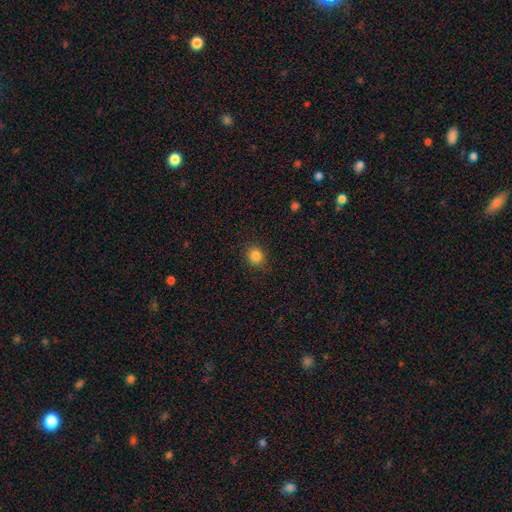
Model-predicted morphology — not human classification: Smooth or featured? Predicted: smooth (p=0.85). How rounded? Predicted: round (p=0.79). Merging? Predicted: none (p=0.88).